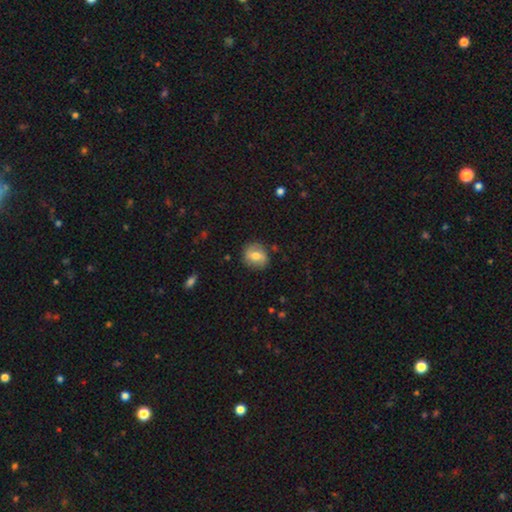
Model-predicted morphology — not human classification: Smooth or featured: smooth — 63% (featured or disk — 29%)
How rounded: round — 67% (in between — 32%)
Merging: none — 82% (minor disturbance — 13%)